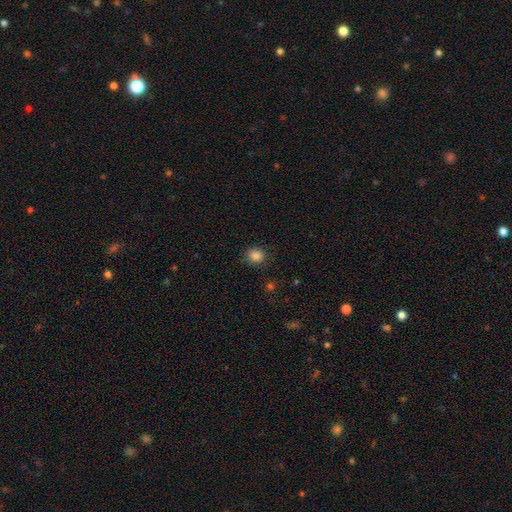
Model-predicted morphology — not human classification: This is clearly a smooth galaxy (85%). How rounded: likely round (76%). Merging: clearly none (87%).